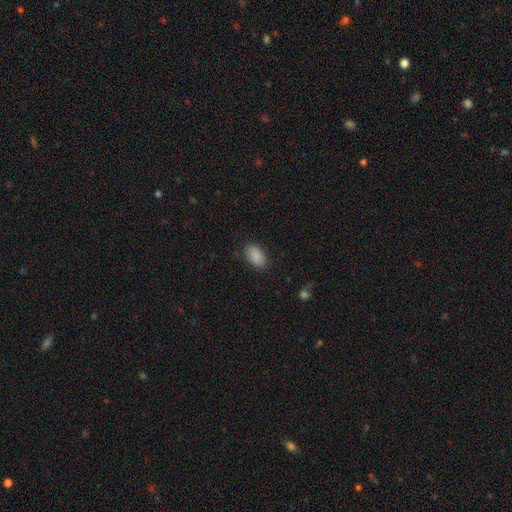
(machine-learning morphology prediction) The model was most divided on "merging": none: 85%, minor disturbance: 11%, major disturbance: 3%, merger: 1%. More confident: how rounded — in between (92%); smooth or featured — smooth (89%).